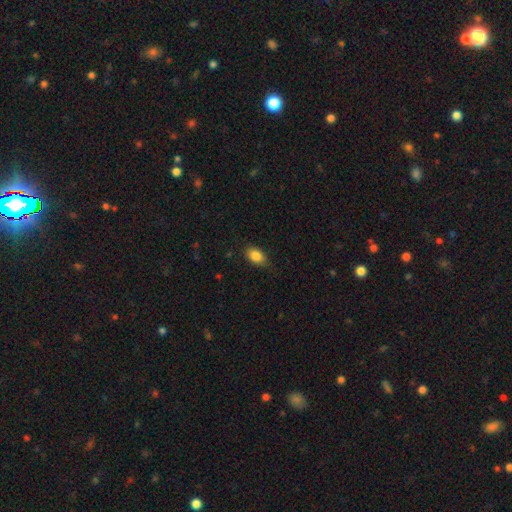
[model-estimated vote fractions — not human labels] Smooth or featured? Predicted: smooth (p=0.86). How rounded? Predicted: in between (p=0.84). Merging? Predicted: none (p=0.76).